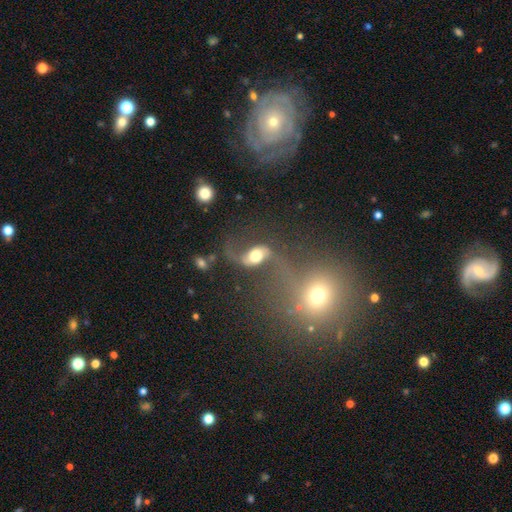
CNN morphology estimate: This is likely a featured or disk galaxy (77%). It is clearly not viewed edge-on (96%). Bar: possibly no (47%). Spiral arm pattern: clearly yes (92%). Spiral arm count: clearly 2 (91%). Spiral winding: clearly loose (84%). Central bulge: marginally moderate (45%). Merging: possibly none (54%).